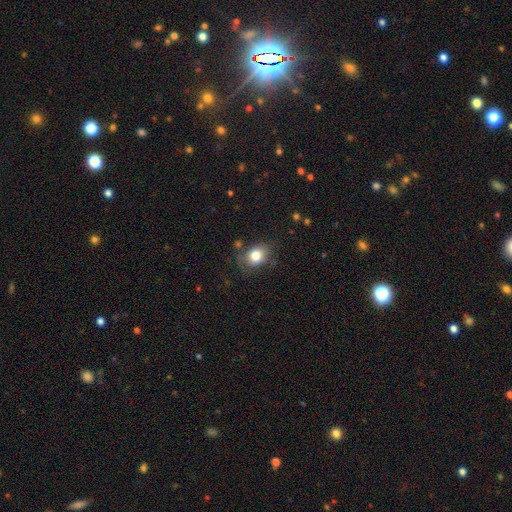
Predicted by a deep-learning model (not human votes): Overall: smooth (80%). How rounded: in between (50%; round 49%). Merging: none (70%).